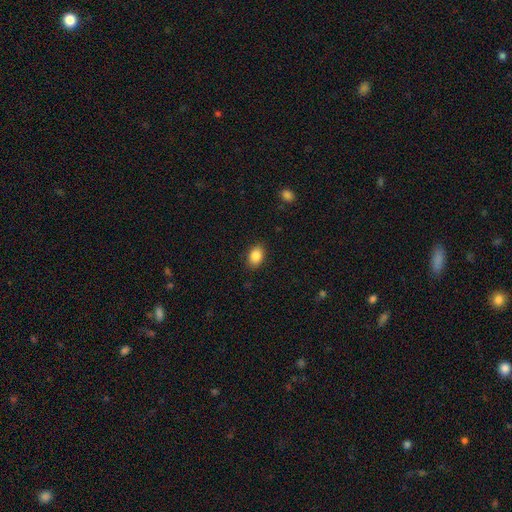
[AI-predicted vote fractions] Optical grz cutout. It shows a smooth galaxy with no disk features (86%) that is in between round and cigar-shaped (76%). Merging: none (87%).